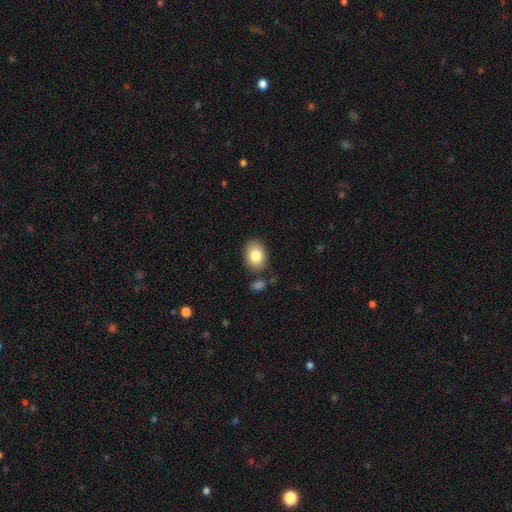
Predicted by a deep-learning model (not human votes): Smooth or featured? Predicted: smooth (p=0.83). How rounded? Predicted: in between (p=0.71). Merging? Predicted: none (p=0.81).